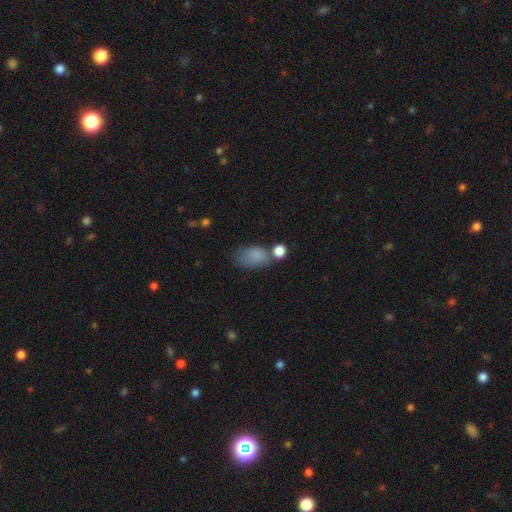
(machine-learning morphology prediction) Q: Smooth or featured?
A: smooth (80%); runner-up: star or artifact (11%)
Q: How rounded?
A: in between (87%); runner-up: round (11%)
Q: Merging?
A: none (44%); runner-up: minor disturbance (26%)